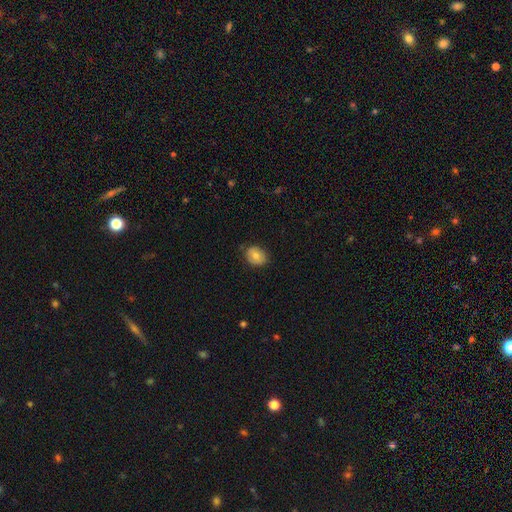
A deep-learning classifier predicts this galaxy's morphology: smooth 74%, featured or disk 18%, star or artifact 8%. Down the decision tree: how rounded — in between (51%); merging — none (78%).